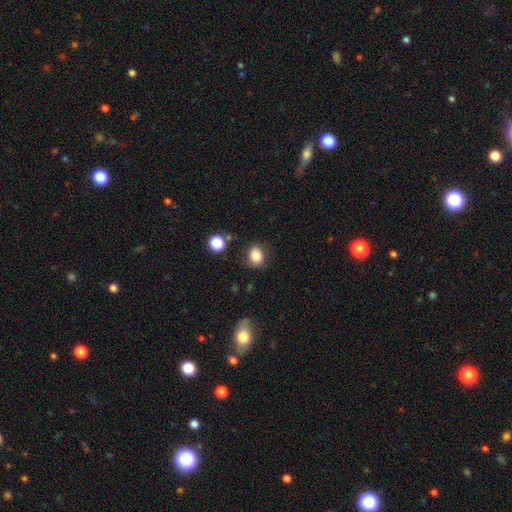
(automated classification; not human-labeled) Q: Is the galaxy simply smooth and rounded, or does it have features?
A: smooth — 83%.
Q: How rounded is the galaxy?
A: round — 54%.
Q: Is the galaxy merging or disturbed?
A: none — 82%.